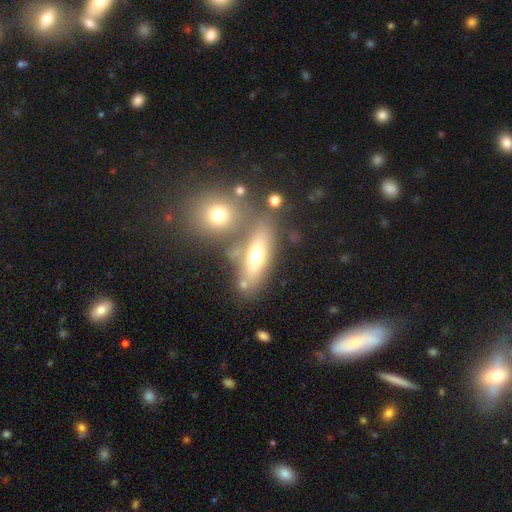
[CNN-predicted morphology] This is possibly a smooth galaxy (59%). How rounded: possibly in between (56%). Merging: possibly none (57%).